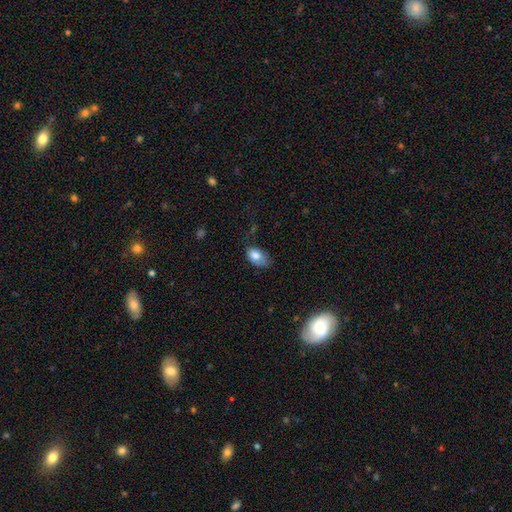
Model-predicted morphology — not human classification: Smooth or featured?
  - smooth: 78% *
  - featured or disk: 14%
  - star or artifact: 8%
How rounded?
  - in between: 87% *
  - round: 12%
  - cigar-shaped: 1%
Merging?
  - none: 41% *
  - minor disturbance: 40%
  - major disturbance: 17%
  - merger: 3%